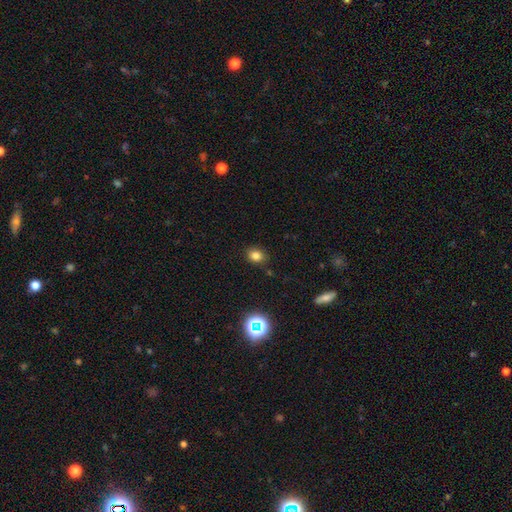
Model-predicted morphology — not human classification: smooth_or_featured: smooth (p=0.79) [alt: star or artifact p=0.15]
how_rounded: round (p=0.56) [alt: in between p=0.44]
merging: none (p=0.85) [alt: minor disturbance p=0.11]